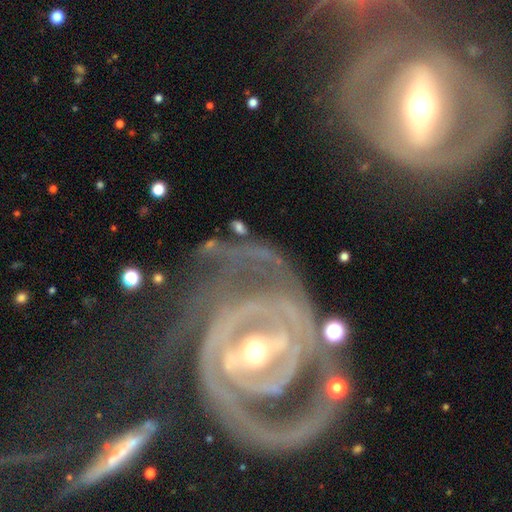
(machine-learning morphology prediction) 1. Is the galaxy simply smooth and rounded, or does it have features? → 88% featured or disk, 6% star or artifact, 5% smooth.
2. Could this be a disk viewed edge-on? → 95% no, 5% yes.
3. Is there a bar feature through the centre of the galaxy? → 53% strong, 28% weak, 19% no.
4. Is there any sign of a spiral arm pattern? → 91% yes, 9% no.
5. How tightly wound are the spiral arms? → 62% tight, 29% medium, 9% loose.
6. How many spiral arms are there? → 36% 2, 24% can't tell, 18% 3, 9% 4, 7% 1, 7% more than 4.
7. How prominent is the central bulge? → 58% moderate, 35% small, 5% large, 1% dominant, 1% none.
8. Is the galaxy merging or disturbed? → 48% none, 24% major disturbance, 18% minor disturbance, 11% merger.